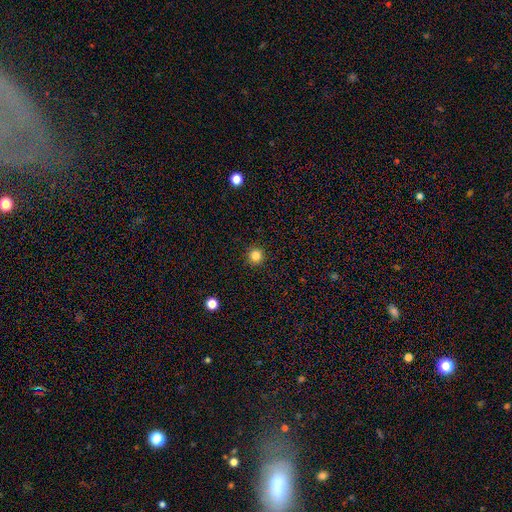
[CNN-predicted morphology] This is clearly a smooth galaxy (84%). How rounded: clearly round (96%). Merging: clearly none (93%).